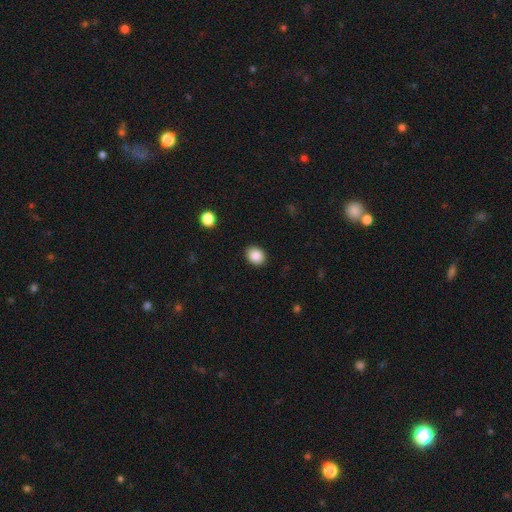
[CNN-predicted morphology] Smooth or featured: smooth — 88% (star or artifact — 9%)
How rounded: in between — 50% (round — 49%)
Merging: none — 89% (minor disturbance — 7%)